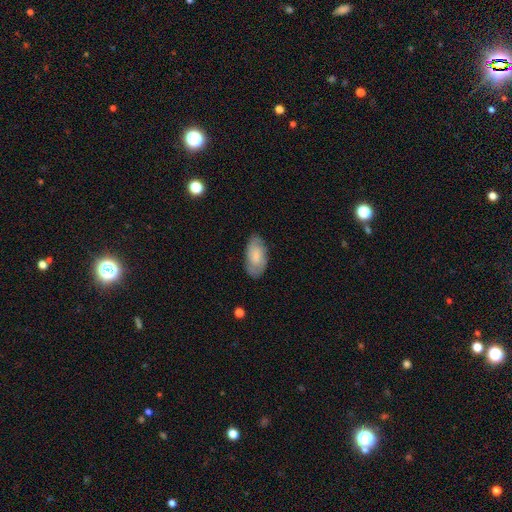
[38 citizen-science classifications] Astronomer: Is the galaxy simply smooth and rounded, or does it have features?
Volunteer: smooth — 61% (runner-up: featured or disk, 37%).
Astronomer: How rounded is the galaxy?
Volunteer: in between — 91%.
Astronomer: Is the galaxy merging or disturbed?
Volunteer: none — 76%.